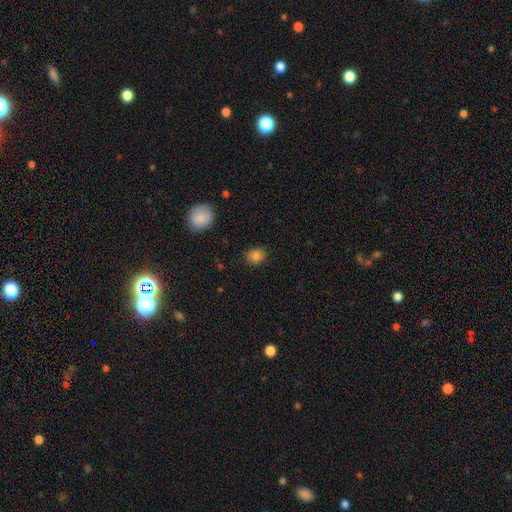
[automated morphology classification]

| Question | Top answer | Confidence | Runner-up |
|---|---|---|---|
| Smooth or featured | smooth | 84% | star or artifact (11%) |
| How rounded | round | 59% | in between (40%) |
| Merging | none | 85% | minor disturbance (11%) |